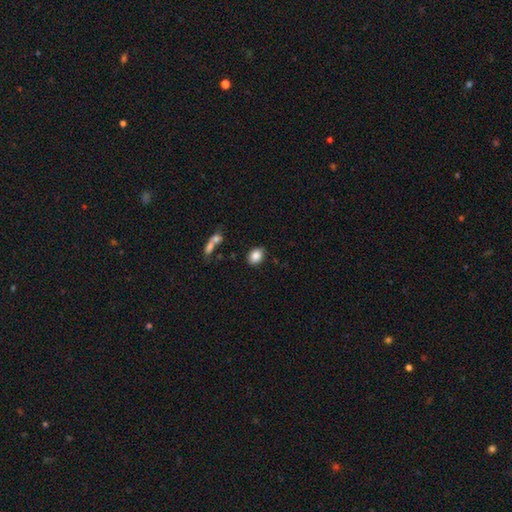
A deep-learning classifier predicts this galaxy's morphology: A smooth galaxy with no disk features (85%) that is in between round and cigar-shaped (64%). Merging: none (82%).